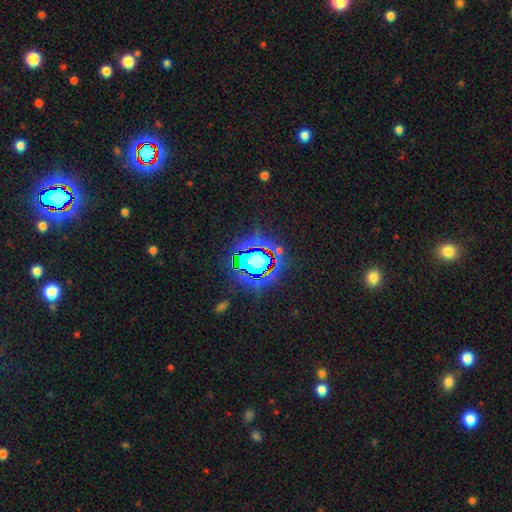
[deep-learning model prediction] This appears to be a star or artifact, not a galaxy (81%).